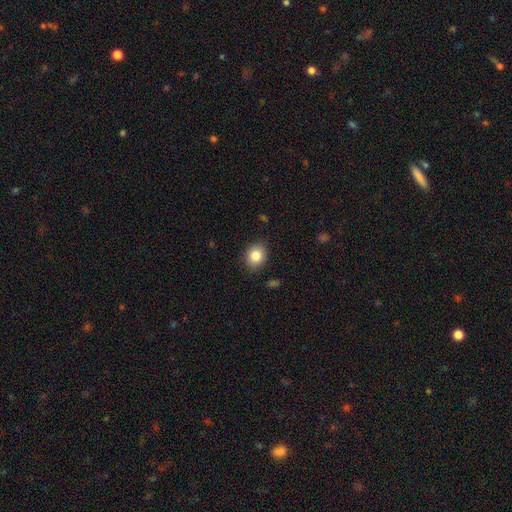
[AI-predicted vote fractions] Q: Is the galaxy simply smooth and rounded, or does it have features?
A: smooth — 83%.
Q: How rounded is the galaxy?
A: round — 62%.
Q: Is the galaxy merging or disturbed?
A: none — 87%.